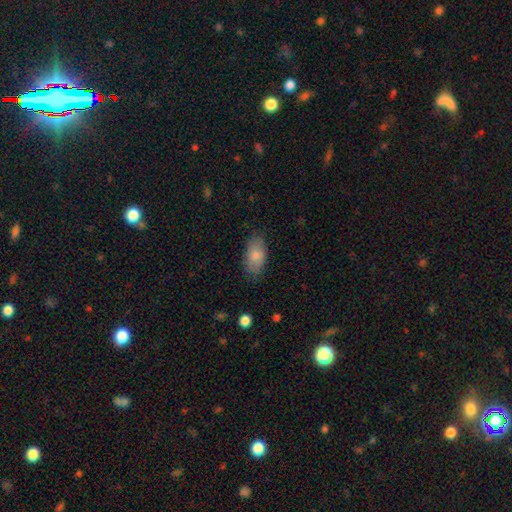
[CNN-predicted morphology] Smooth or featured? smooth (81%)
How rounded? in between (93%)
Merging? none (79%)